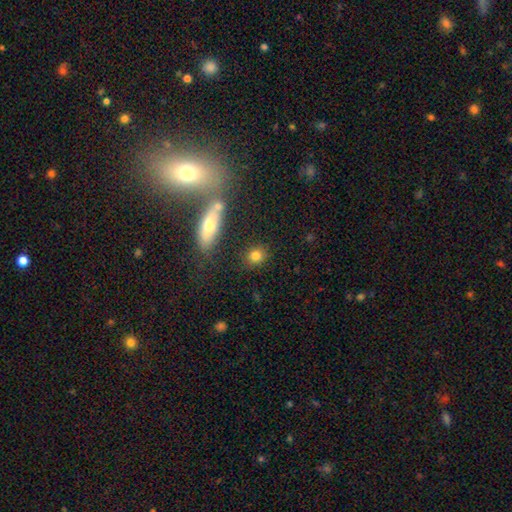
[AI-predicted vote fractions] Smooth or featured? smooth (81%)
How rounded? round (76%)
Merging? none (83%)